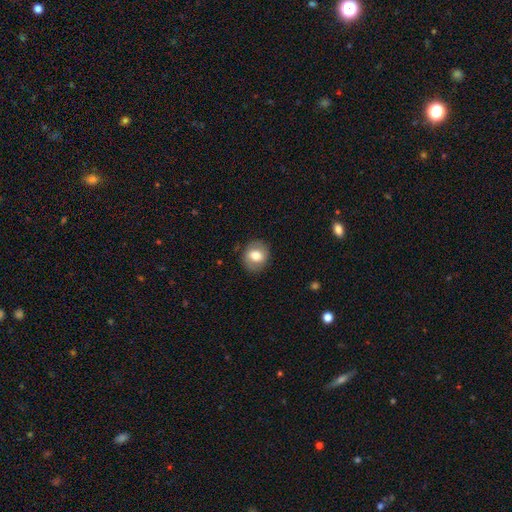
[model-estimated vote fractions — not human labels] This is likely a smooth galaxy (70%). How rounded: likely round (73%). Merging: clearly none (84%).